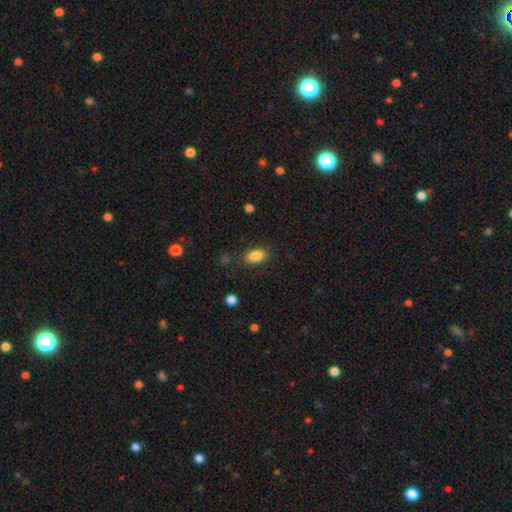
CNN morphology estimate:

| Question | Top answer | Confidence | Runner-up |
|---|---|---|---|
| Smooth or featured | smooth | 87% | star or artifact (9%) |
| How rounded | in between | 90% | round (6%) |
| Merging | none | 82% | minor disturbance (12%) |